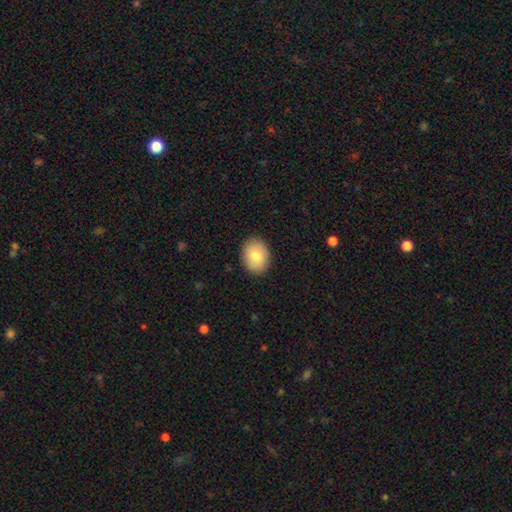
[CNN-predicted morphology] type=smooth (80%); roundness=in between (66%); merging=none (88%).